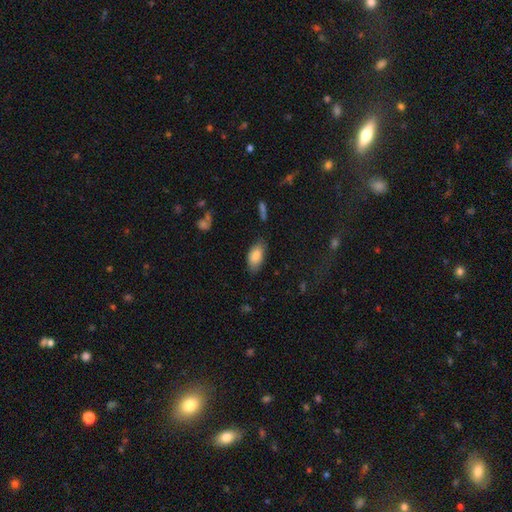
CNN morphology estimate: A smooth galaxy with no disk features (85%) that is in between round and cigar-shaped (92%). Merging: none (73%).